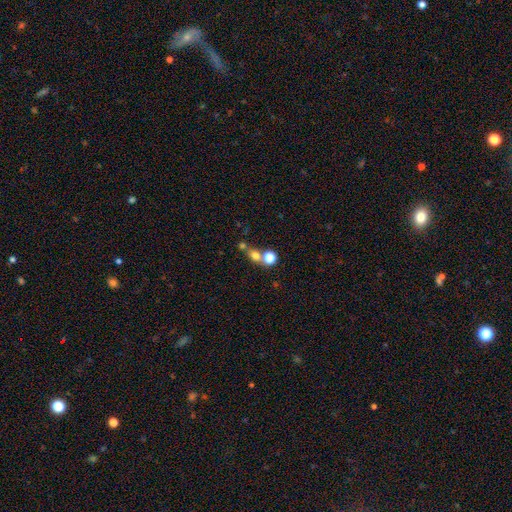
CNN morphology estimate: Smooth or featured? Predicted: smooth (p=0.69). How rounded? Predicted: round (p=0.68). Merging? Predicted: none (p=0.44).